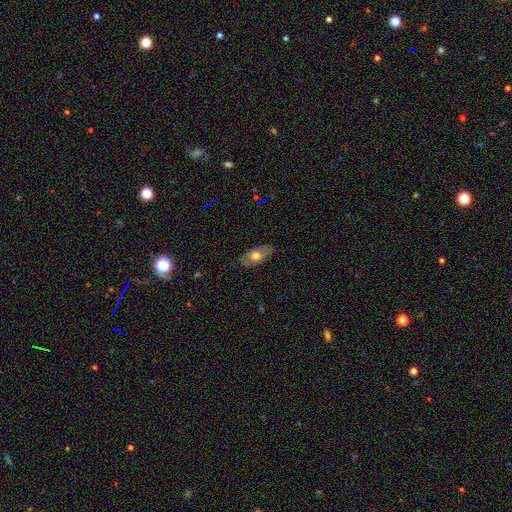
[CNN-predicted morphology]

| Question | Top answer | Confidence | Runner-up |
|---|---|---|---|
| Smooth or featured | smooth | 58% | featured or disk (34%) |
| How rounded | in between | 88% | round (6%) |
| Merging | none | 79% | minor disturbance (16%) |